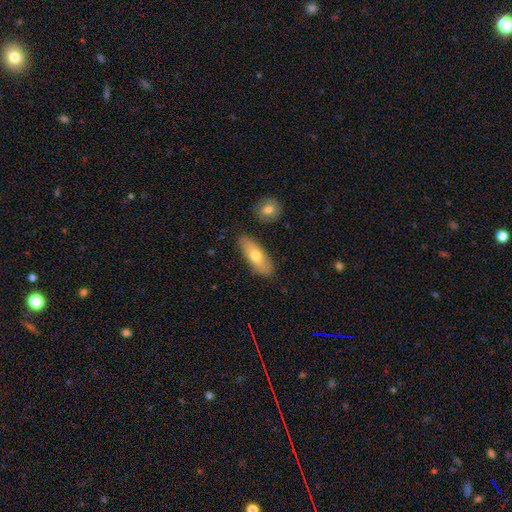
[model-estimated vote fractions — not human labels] smooth 67%, featured or disk 27%, star or artifact 6%. Down the decision tree: how rounded — in between (67%); merging — none (83%).